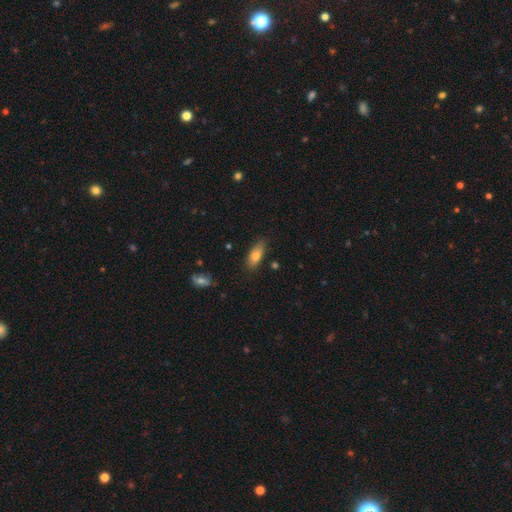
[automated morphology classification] Q: Smooth or featured?
A: smooth (79%); runner-up: featured or disk (13%)
Q: How rounded?
A: in between (76%); runner-up: cigar-shaped (21%)
Q: Merging?
A: none (79%); runner-up: minor disturbance (16%)